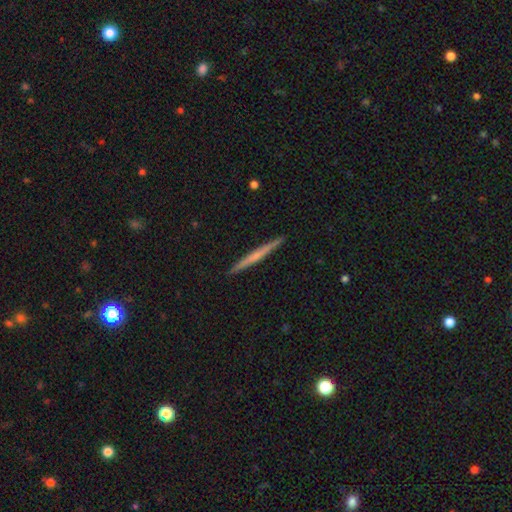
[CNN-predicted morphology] The model was most divided on "smooth or featured": featured or disk: 51%, smooth: 44%, star or artifact: 5%. More confident: edge-on disk — yes (98%); merging — none (93%).